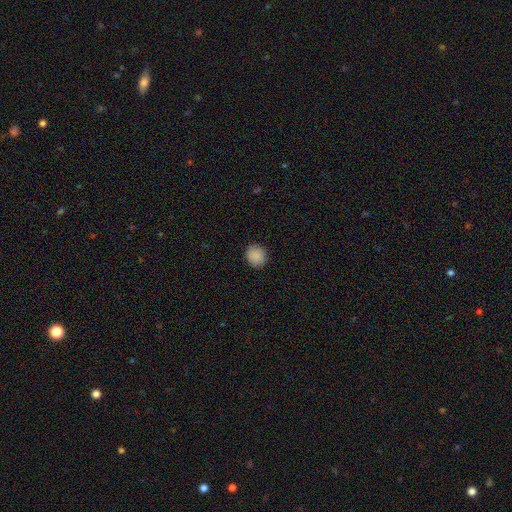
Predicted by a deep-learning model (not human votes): Smooth or featured? smooth (89%)
How rounded? round (82%)
Merging? none (91%)